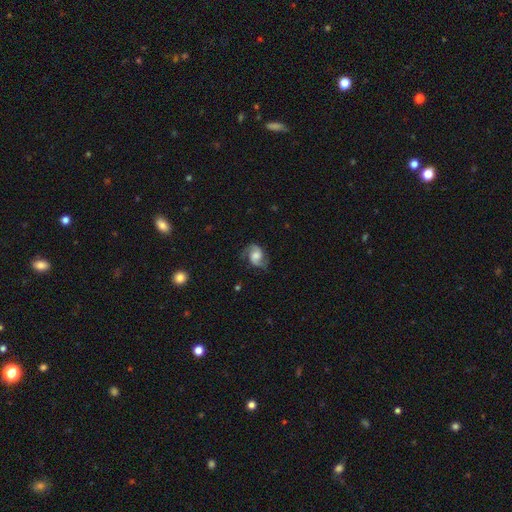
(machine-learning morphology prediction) Smooth or featured?
  - featured or disk: 83% *
  - smooth: 11%
  - star or artifact: 6%
Edge-on disk?
  - no: 98% *
  - yes: 2%
Bar?
  - no: 53% *
  - weak: 38%
  - strong: 9%
Spiral arms?
  - yes: 97% *
  - no: 3%
Spiral winding?
  - medium: 51% *
  - loose: 33%
  - tight: 16%
Spiral arm count?
  - 2: 92% *
  - can't tell: 2%
  - 1: 2%
  - 3: 1%
  - 4: 1%
  - more than 4: 1%
Bulge size?
  - moderate: 41% *
  - large: 24%
  - small: 19%
  - none: 13%
  - dominant: 3%
Merging?
  - none: 76% *
  - minor disturbance: 16%
  - major disturbance: 6%
  - merger: 1%